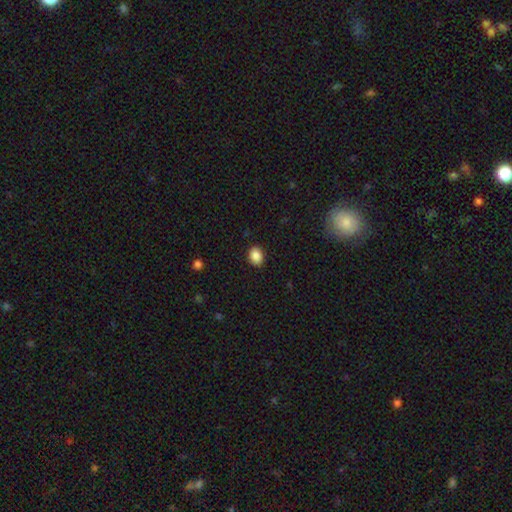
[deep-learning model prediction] smooth-or-featured: smooth: 87% | star or artifact: 9% | featured or disk: 4%
  how-rounded: in between: 60% | round: 39% | cigar-shaped: 1%
  merging: none: 89% | minor disturbance: 8% | major disturbance: 2% | merger: 1%